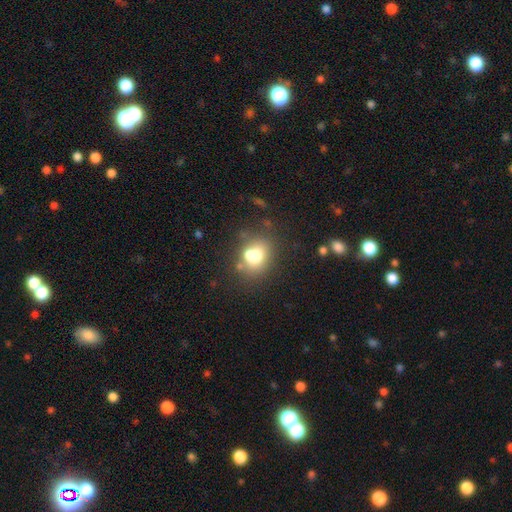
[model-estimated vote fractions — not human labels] A smooth galaxy with no disk features (65%) that is round (59%). Merging: none (42%).